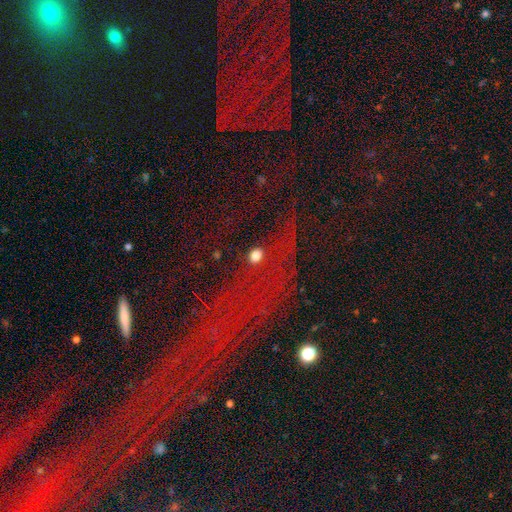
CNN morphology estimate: smooth-or-featured: smooth: 74% | star or artifact: 18% | featured or disk: 7%
  how-rounded: in between: 52% | round: 45% | cigar-shaped: 3%
  merging: none: 77% | minor disturbance: 12% | major disturbance: 7% | merger: 5%